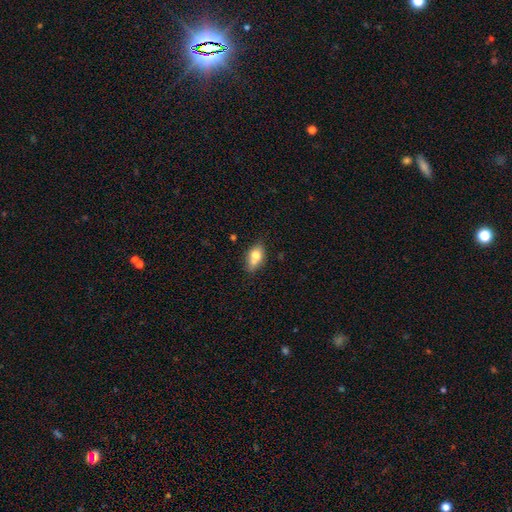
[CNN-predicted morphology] Smooth or featured: smooth — 72% (featured or disk — 19%)
How rounded: in between — 83% (round — 12%)
Merging: none — 51% (minor disturbance — 23%)